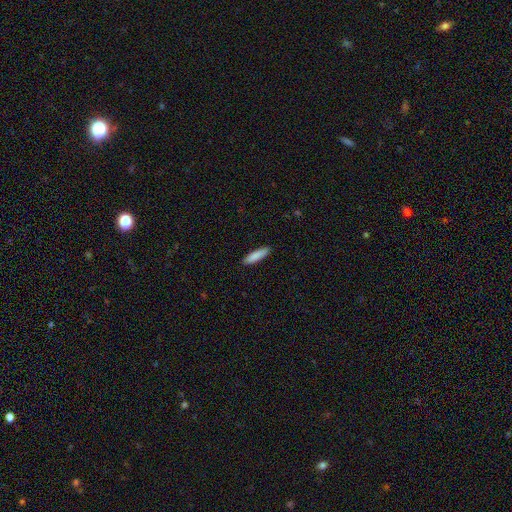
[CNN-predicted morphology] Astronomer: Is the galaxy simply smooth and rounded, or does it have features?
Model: smooth — 87%.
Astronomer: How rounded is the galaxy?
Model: cigar-shaped — 75%.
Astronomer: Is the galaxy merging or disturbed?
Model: none — 90%.